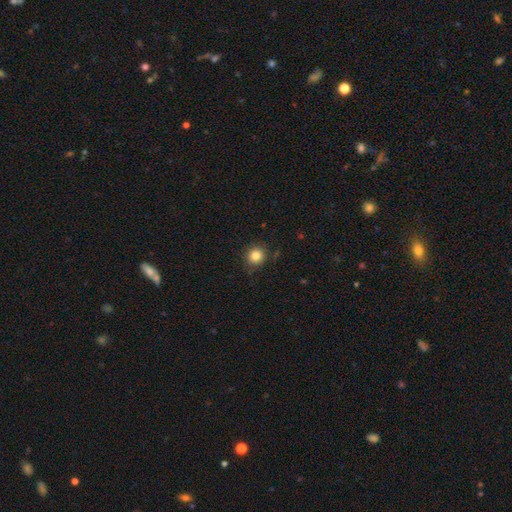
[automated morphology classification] type=smooth (83%); roundness=round (89%); merging=none (85%).